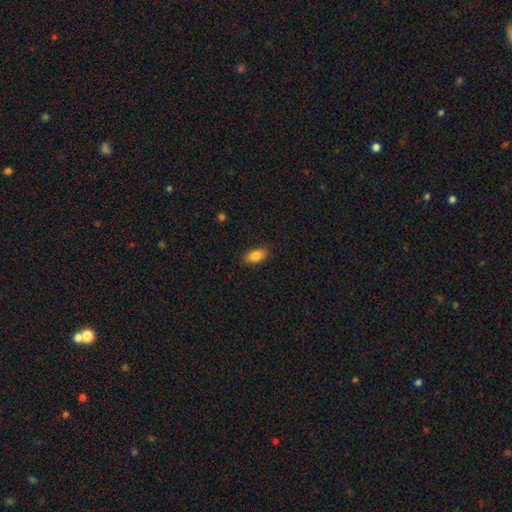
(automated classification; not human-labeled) smooth 85%, star or artifact 8%, featured or disk 7%. Down the decision tree: how rounded — in between (90%); merging — none (86%).